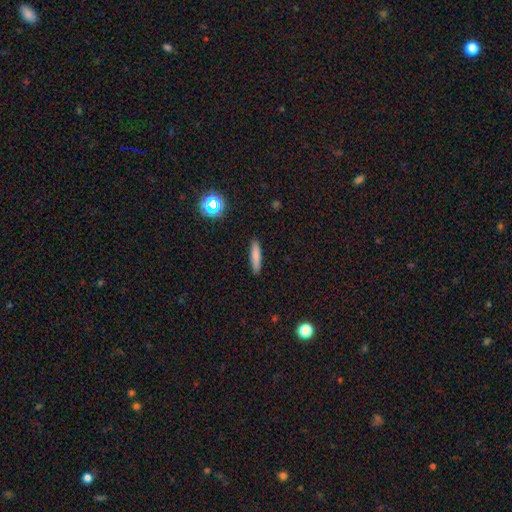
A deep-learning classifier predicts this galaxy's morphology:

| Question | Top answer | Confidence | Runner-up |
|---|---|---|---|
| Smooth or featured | smooth | 79% | featured or disk (12%) |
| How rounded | cigar-shaped | 84% | in between (15%) |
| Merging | none | 90% | minor disturbance (7%) |